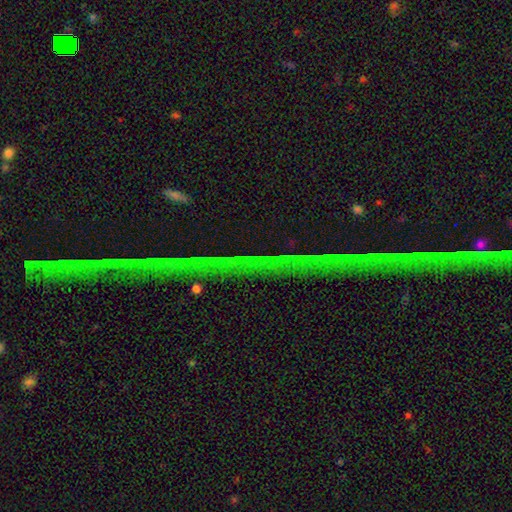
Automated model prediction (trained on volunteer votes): Q: Smooth or featured?
A: star or artifact (73%); runner-up: featured or disk (16%)